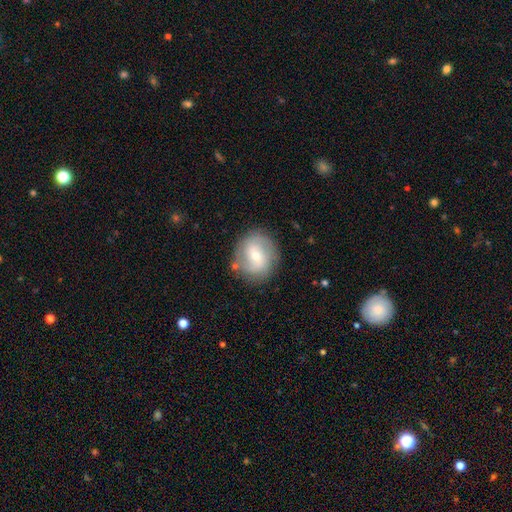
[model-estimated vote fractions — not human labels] smooth_or_featured: featured or disk (p=0.57) [alt: smooth p=0.35]
disk_edge_on: no (p=0.96) [alt: yes p=0.04]
bar: no (p=0.44) [alt: weak p=0.42]
has_spiral_arms: yes (p=0.75) [alt: no p=0.25]
bulge_size: moderate (p=0.49) [alt: small p=0.47]
merging: none (p=0.80) [alt: minor disturbance p=0.13]